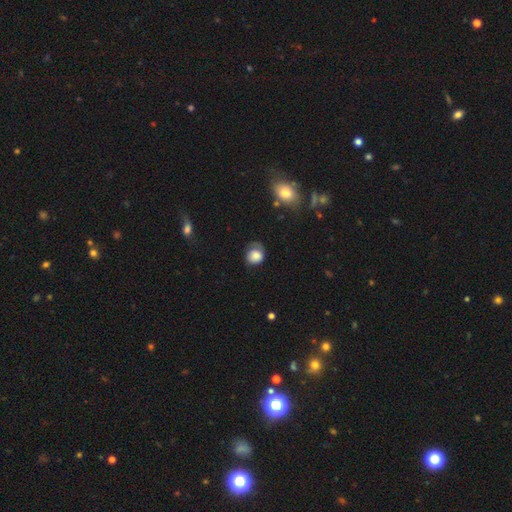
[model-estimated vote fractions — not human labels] The model was most divided on "merging": none: 47%, minor disturbance: 33%, major disturbance: 19%, merger: 2%. More confident: smooth or featured — smooth (72%); how rounded — round (69%).